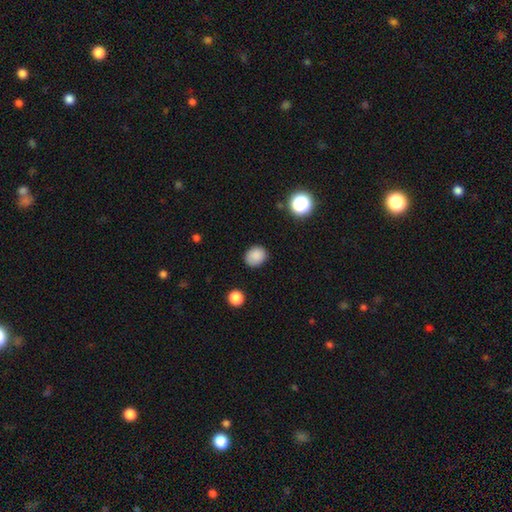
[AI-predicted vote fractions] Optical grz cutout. It shows a smooth galaxy with no disk features (86%) that is round (58%). Merging: none (84%).